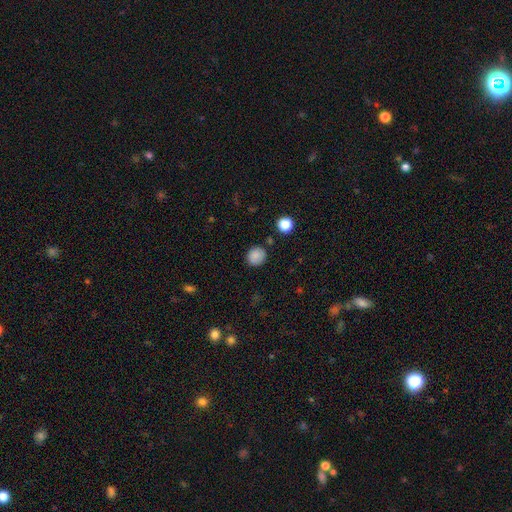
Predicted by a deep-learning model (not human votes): smooth 84%, star or artifact 10%, featured or disk 6%. Down the decision tree: how rounded — round (83%); merging — none (82%).